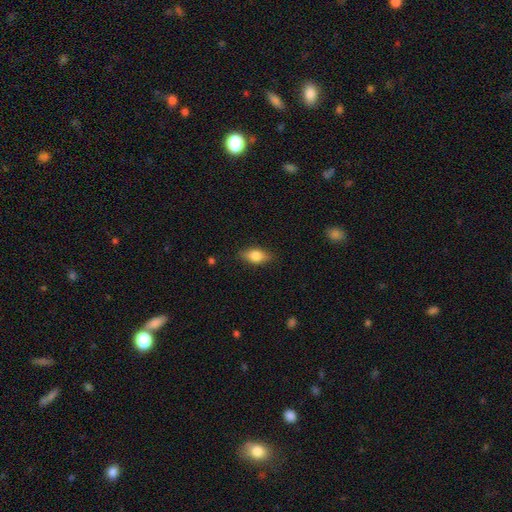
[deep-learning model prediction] A smooth galaxy with no disk features (77%) that is in between round and cigar-shaped (86%).

Vote fractions:
- Smooth or featured? smooth: 77% / featured or disk: 15% / star or artifact: 7%
- How rounded? in between: 86% / cigar-shaped: 8% / round: 7%
- Merging? none: 84% / minor disturbance: 13% / major disturbance: 3% / merger: 1%